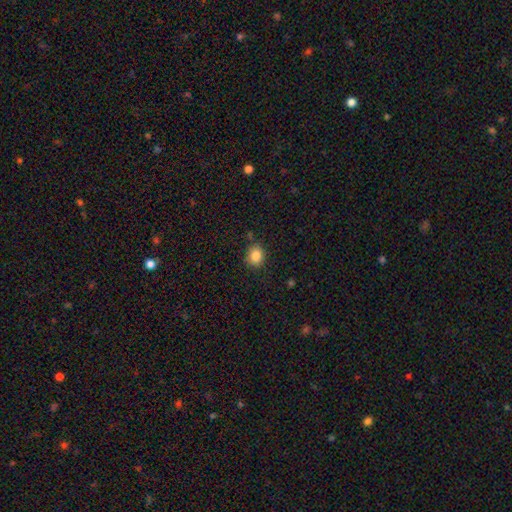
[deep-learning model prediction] A smooth galaxy with no disk features (85%) that is round (69%).

Vote fractions:
- Smooth or featured? smooth: 85% / star or artifact: 10% / featured or disk: 5%
- How rounded? round: 69% / in between: 30% / cigar-shaped: 1%
- Merging? none: 81% / minor disturbance: 13% / major disturbance: 3% / merger: 3%